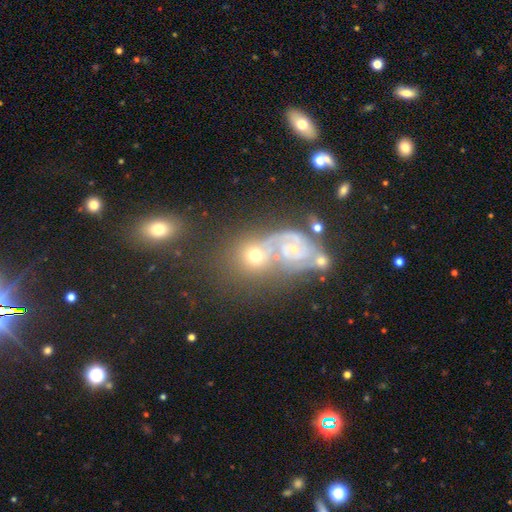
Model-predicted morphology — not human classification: Smooth or featured? featured or disk (46%)
Merging? none (43%)